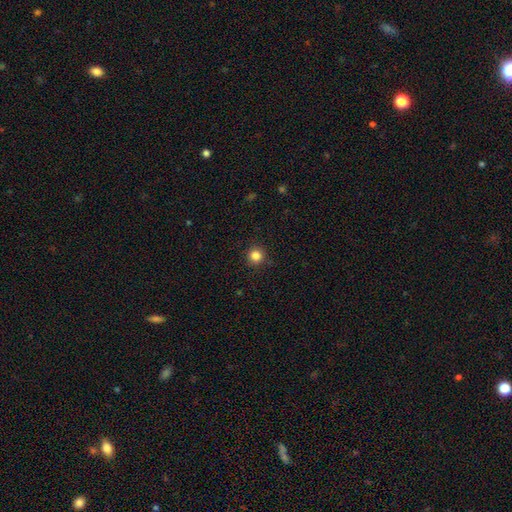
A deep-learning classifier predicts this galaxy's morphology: A smooth galaxy with no disk features (84%) that is round (95%).

Vote fractions:
- Smooth or featured? smooth: 84% / star or artifact: 12% / featured or disk: 4%
- How rounded? round: 95% / in between: 4% / cigar-shaped: 1%
- Merging? none: 91% / minor disturbance: 6% / major disturbance: 2% / merger: 1%